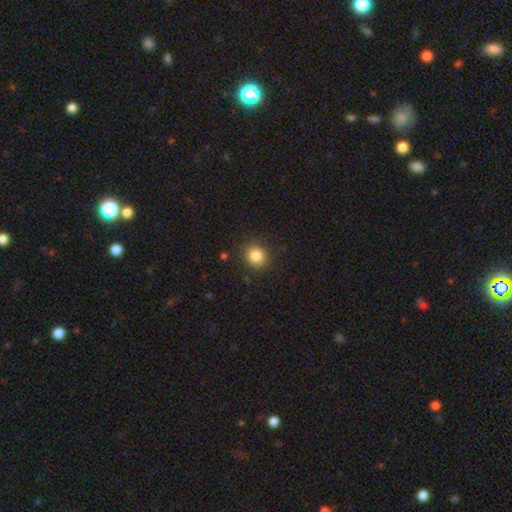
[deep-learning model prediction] This is clearly a smooth galaxy (84%). How rounded: clearly round (81%). Merging: clearly none (88%).